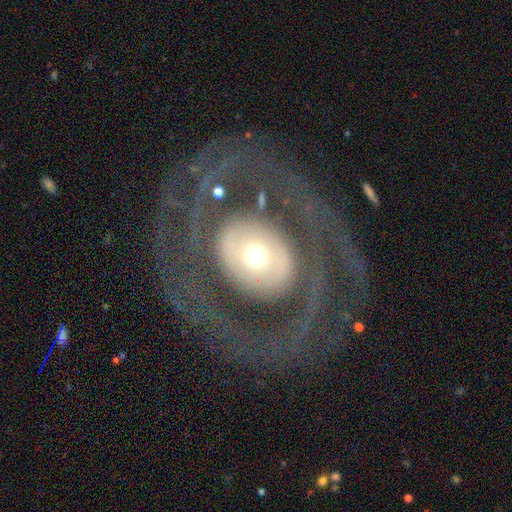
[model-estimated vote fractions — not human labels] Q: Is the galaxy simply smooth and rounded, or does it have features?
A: featured or disk — 74%.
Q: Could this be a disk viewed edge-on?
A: no — 95%.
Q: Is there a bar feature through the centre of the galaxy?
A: no — 77%.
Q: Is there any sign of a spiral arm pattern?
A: yes — 59%.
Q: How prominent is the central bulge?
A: moderate — 57%.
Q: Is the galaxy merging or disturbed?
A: none — 72%.